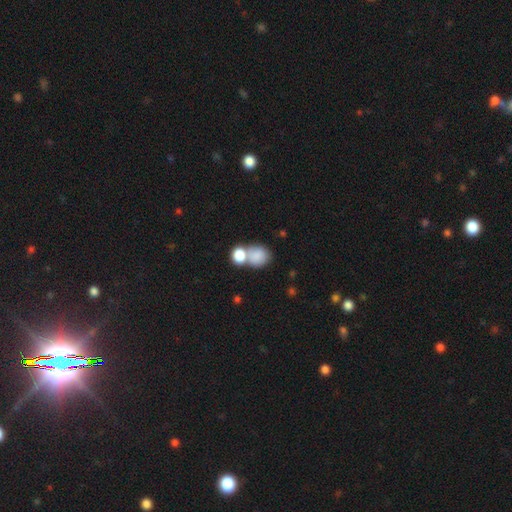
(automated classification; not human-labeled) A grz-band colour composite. It shows a smooth galaxy with no disk features (82%) that is round (59%). Merging: merger (52%).